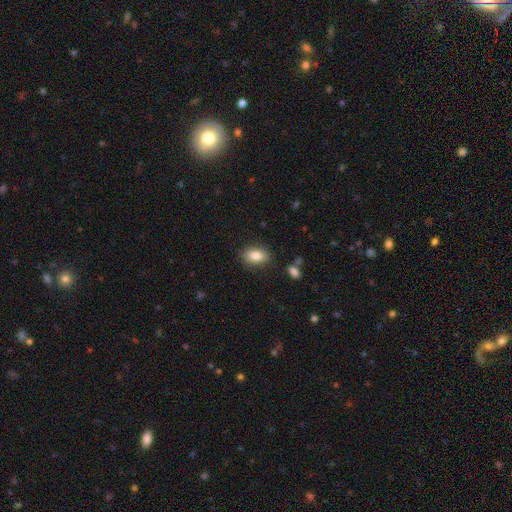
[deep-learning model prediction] Overall: smooth (83%). How rounded: in between (85%). Merging: none (85%).